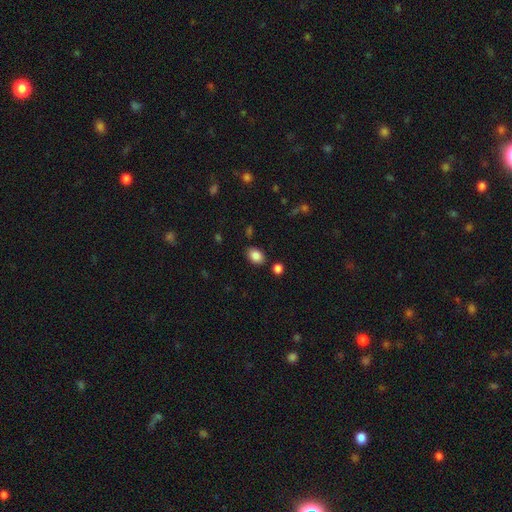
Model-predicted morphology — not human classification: The model was most divided on "how rounded": in between: 80%, round: 19%, cigar-shaped: 1%. More confident: smooth or featured — smooth (86%); merging — none (82%).